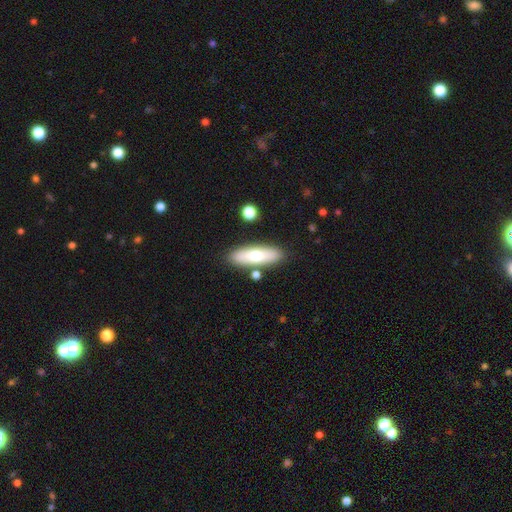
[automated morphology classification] Overall: smooth (65%; featured or disk 29%). How rounded: cigar-shaped (51%; in between 46%). Merging: none (82%).